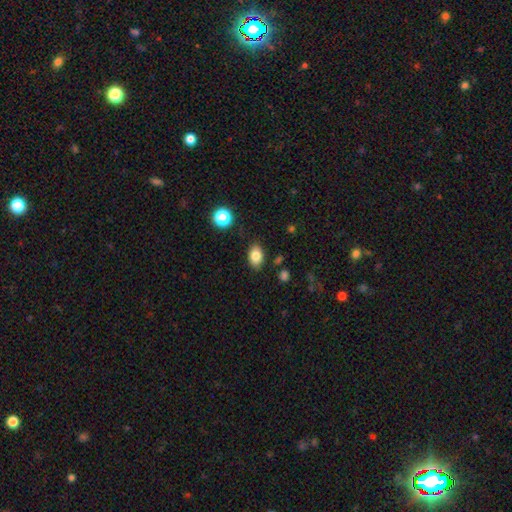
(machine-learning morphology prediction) Smooth or featured?
  - smooth: 82% *
  - star or artifact: 9%
  - featured or disk: 8%
How rounded?
  - in between: 82% *
  - round: 17%
  - cigar-shaped: 1%
Merging?
  - none: 85% *
  - minor disturbance: 10%
  - major disturbance: 3%
  - merger: 2%